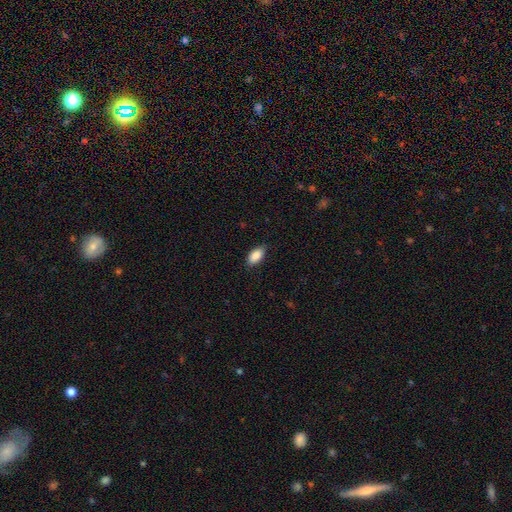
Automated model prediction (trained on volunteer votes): This is clearly a smooth galaxy (89%). How rounded: clearly in between (93%). Merging: clearly none (84%).